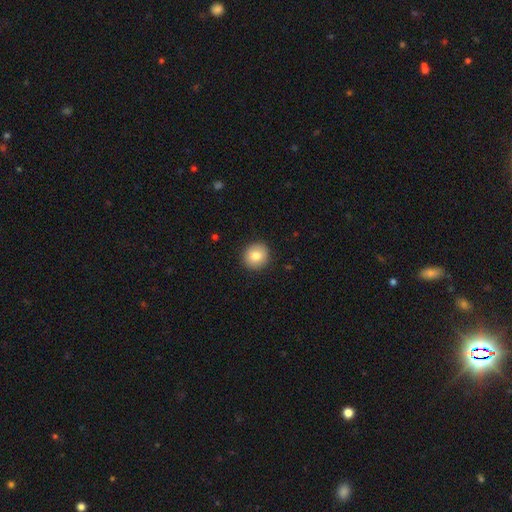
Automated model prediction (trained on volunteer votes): Smooth or featured? smooth (81%)
How rounded? round (89%)
Merging? none (91%)